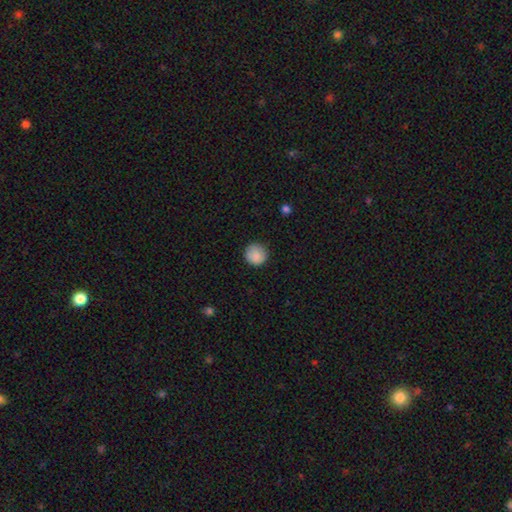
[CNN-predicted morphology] Smooth or featured?
  - smooth: 88% *
  - star or artifact: 8%
  - featured or disk: 4%
How rounded?
  - round: 94% *
  - in between: 5%
  - cigar-shaped: 1%
Merging?
  - none: 85% *
  - minor disturbance: 11%
  - major disturbance: 2%
  - merger: 1%